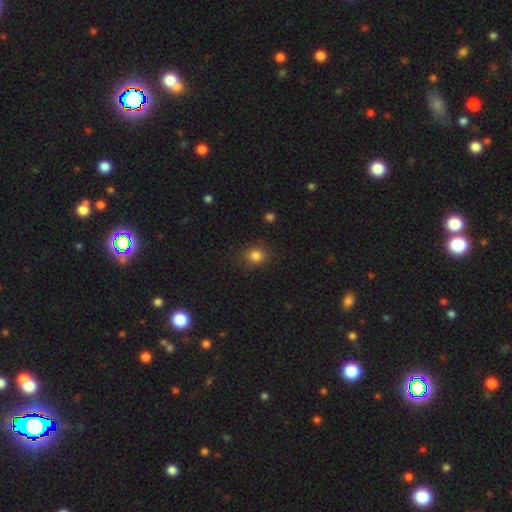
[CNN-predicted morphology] Overall: smooth (82%). How rounded: round (74%). Merging: none (81%).